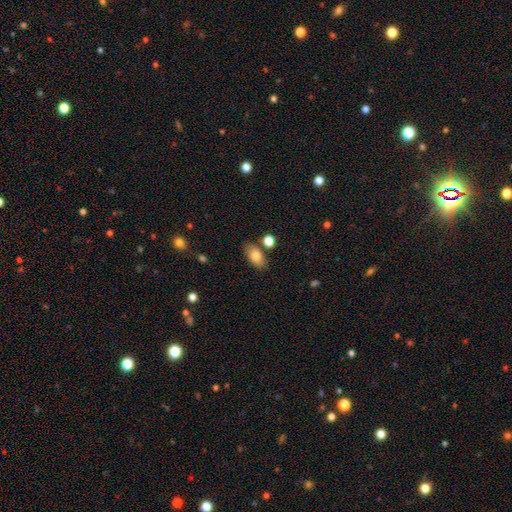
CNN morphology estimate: type=smooth (83%); roundness=in between (91%); merging=none (77%).